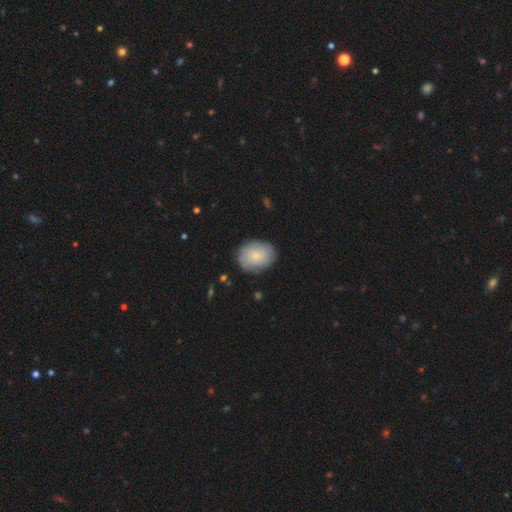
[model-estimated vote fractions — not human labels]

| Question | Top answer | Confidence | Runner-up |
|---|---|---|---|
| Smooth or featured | smooth | 76% | featured or disk (18%) |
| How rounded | in between | 52% | round (47%) |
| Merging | none | 82% | minor disturbance (13%) |